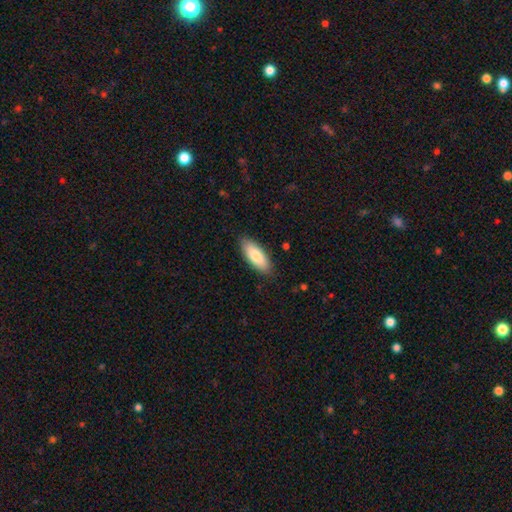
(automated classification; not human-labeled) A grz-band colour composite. It shows a smooth galaxy with no disk features (82%) that is in between round and cigar-shaped (77%). Merging: none (86%).